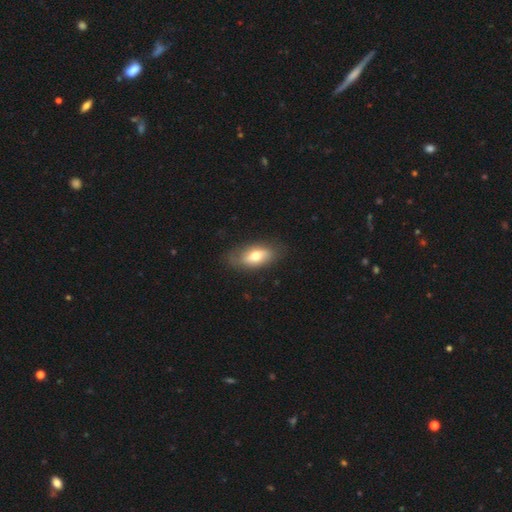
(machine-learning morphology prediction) A smooth galaxy with no disk features (67%) that is in between round and cigar-shaped (87%).

Vote fractions:
- Smooth or featured? smooth: 67% / featured or disk: 27% / star or artifact: 6%
- How rounded? in between: 87% / cigar-shaped: 9% / round: 4%
- Merging? none: 76% / minor disturbance: 18% / major disturbance: 5% / merger: 1%